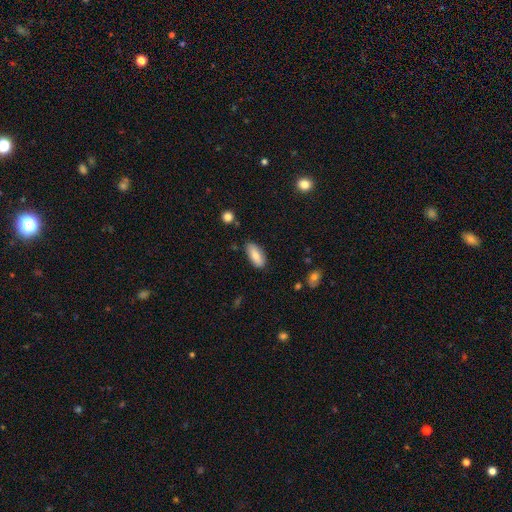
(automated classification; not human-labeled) Smooth or featured?
  - smooth: 75% *
  - featured or disk: 19%
  - star or artifact: 7%
How rounded?
  - in between: 86% *
  - cigar-shaped: 11%
  - round: 2%
Merging?
  - none: 80% *
  - minor disturbance: 15%
  - major disturbance: 3%
  - merger: 2%